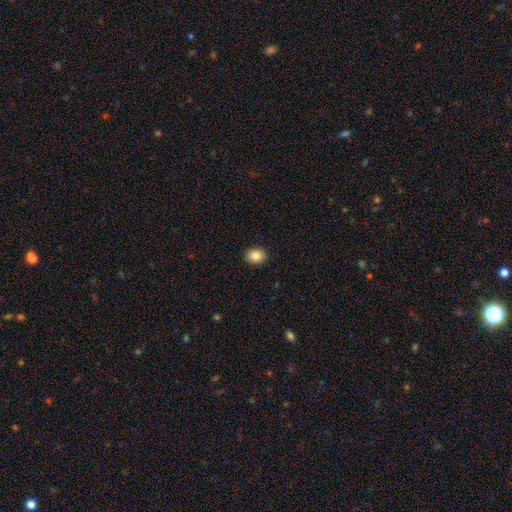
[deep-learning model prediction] smooth 85%, star or artifact 9%, featured or disk 6%. Down the decision tree: how rounded — round (55%); merging — none (91%).